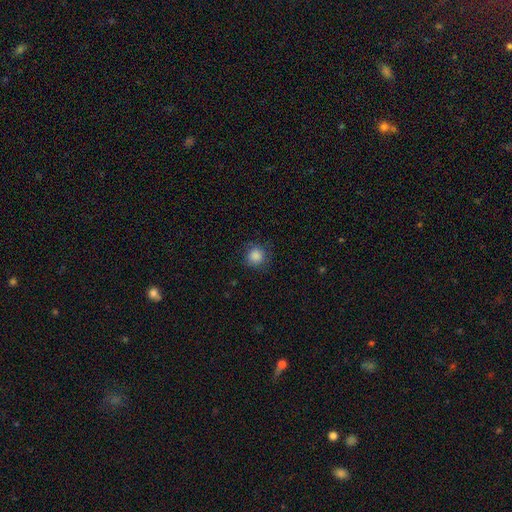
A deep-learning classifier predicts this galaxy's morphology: Smooth or featured: smooth — 86% (star or artifact — 9%)
How rounded: round — 91% (in between — 9%)
Merging: none — 78% (minor disturbance — 15%)